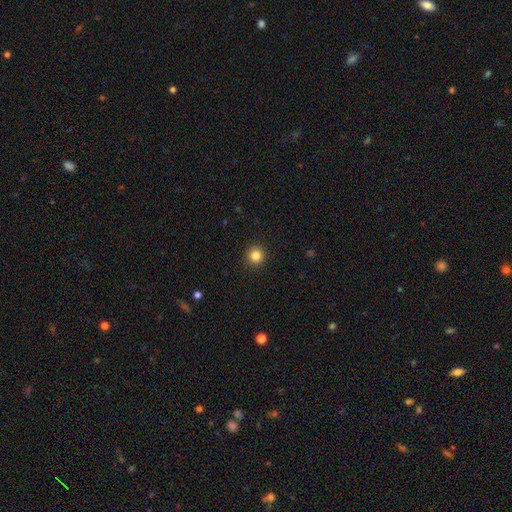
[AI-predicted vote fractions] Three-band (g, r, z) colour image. It shows a smooth galaxy with no disk features (84%) that is round (94%). Merging: none (93%).